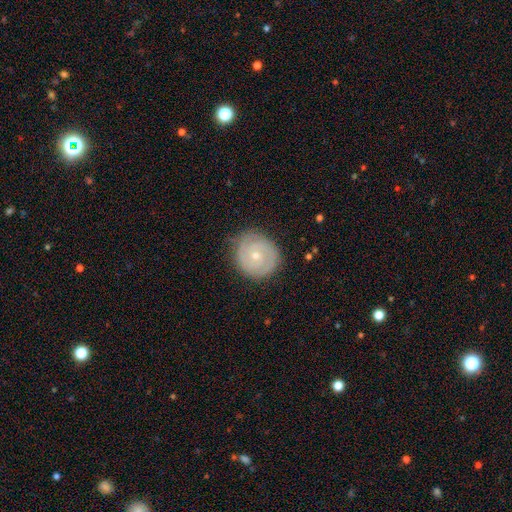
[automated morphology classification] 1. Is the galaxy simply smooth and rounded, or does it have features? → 70% featured or disk, 24% smooth, 6% star or artifact.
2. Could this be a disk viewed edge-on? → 97% no, 3% yes.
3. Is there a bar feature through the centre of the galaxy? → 77% no, 20% weak, 3% strong.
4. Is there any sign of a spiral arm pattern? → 86% yes, 14% no.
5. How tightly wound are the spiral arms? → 74% tight, 20% medium, 5% loose.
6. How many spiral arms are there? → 58% 2, 22% can't tell, 10% 3, 5% 1, 3% 4, 3% more than 4.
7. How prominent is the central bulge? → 61% small, 36% moderate, 1% large, 1% none, 1% dominant.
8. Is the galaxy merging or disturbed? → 81% none, 14% minor disturbance, 4% major disturbance, 1% merger.